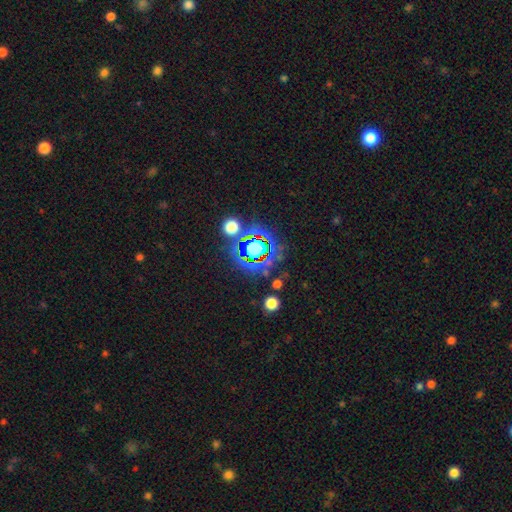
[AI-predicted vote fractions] A star or artifact, not a galaxy (79%).